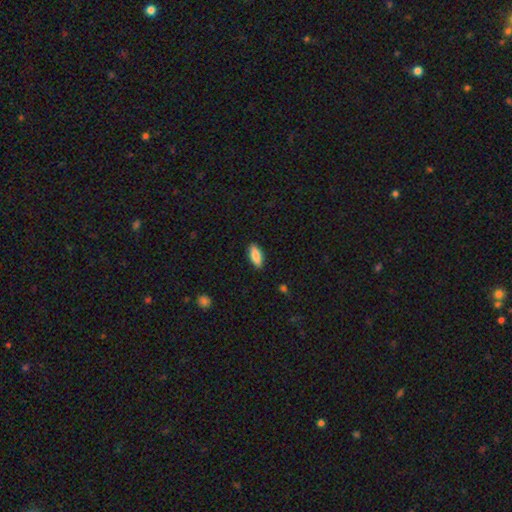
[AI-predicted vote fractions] Smooth or featured? smooth (83%)
How rounded? in between (73%)
Merging? none (87%)